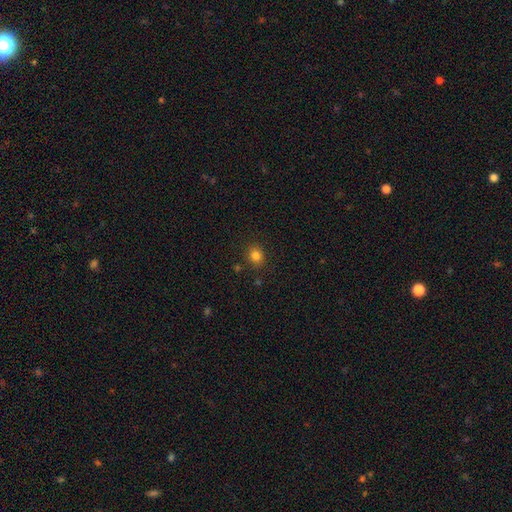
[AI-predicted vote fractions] smooth-or-featured: smooth: 82% | star or artifact: 13% | featured or disk: 5%
  how-rounded: round: 75% | in between: 24% | cigar-shaped: 1%
  merging: none: 87% | minor disturbance: 9% | major disturbance: 3% | merger: 2%